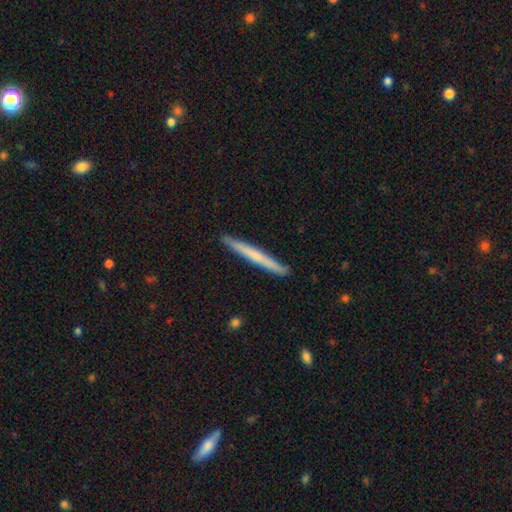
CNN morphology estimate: Q: Smooth or featured?
A: smooth (52%); runner-up: featured or disk (43%)
Q: How rounded?
A: cigar-shaped (97%); runner-up: in between (2%)
Q: Merging?
A: none (91%); runner-up: minor disturbance (7%)